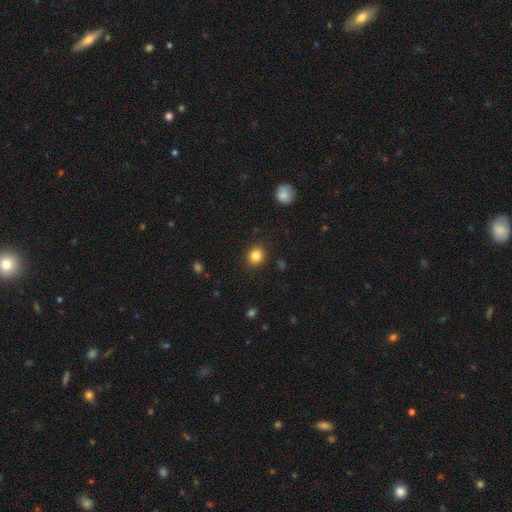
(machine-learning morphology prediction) This is clearly a smooth galaxy (84%). How rounded: likely round (77%). Merging: clearly none (89%).